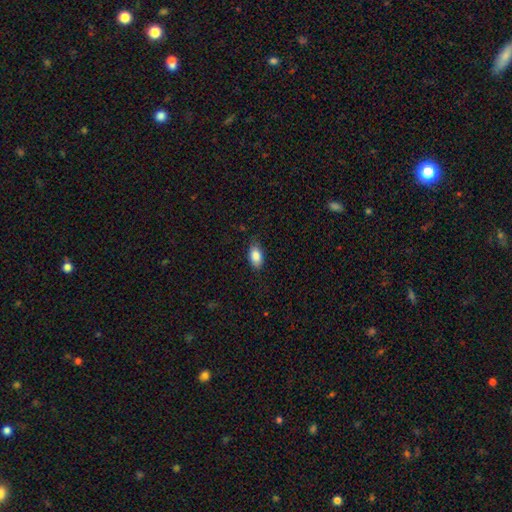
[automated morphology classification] smooth_or_featured: smooth (p=0.86) [alt: star or artifact p=0.07]
how_rounded: in between (p=0.91) [alt: round p=0.06]
merging: none (p=0.78) [alt: minor disturbance p=0.17]